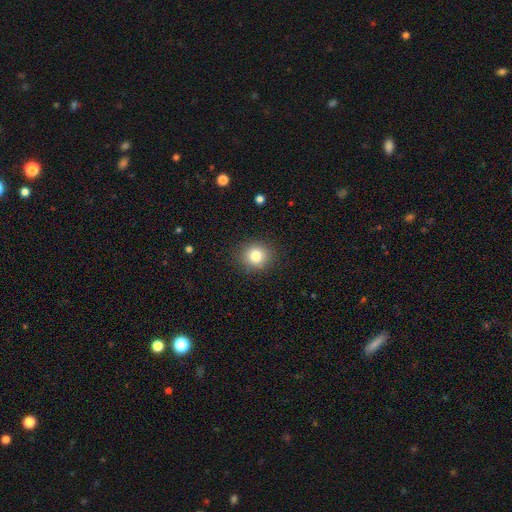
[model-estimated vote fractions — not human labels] Smooth or featured?
  - smooth: 82% *
  - star or artifact: 11%
  - featured or disk: 7%
How rounded?
  - round: 87% *
  - in between: 12%
  - cigar-shaped: 1%
Merging?
  - none: 89% *
  - minor disturbance: 8%
  - major disturbance: 3%
  - merger: 1%